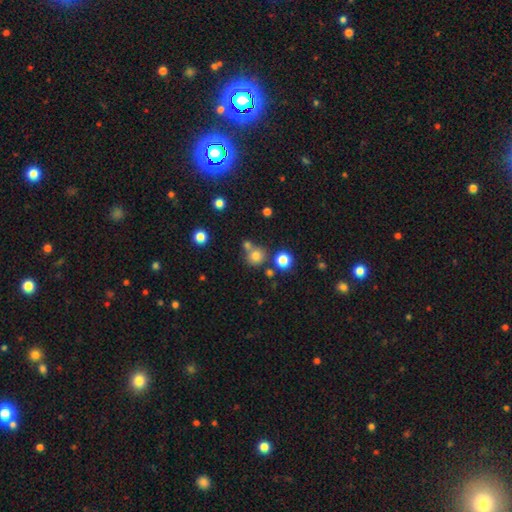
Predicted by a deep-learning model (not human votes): Smooth or featured?
  - smooth: 75% *
  - star or artifact: 17%
  - featured or disk: 8%
How rounded?
  - round: 89% *
  - in between: 10%
  - cigar-shaped: 1%
Merging?
  - none: 64% *
  - merger: 24%
  - minor disturbance: 9%
  - major disturbance: 4%